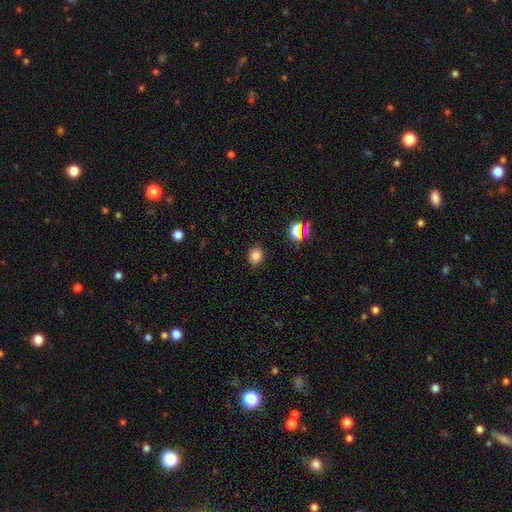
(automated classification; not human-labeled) A smooth galaxy with no disk features (80%) that is round (67%). Merging: none (87%).